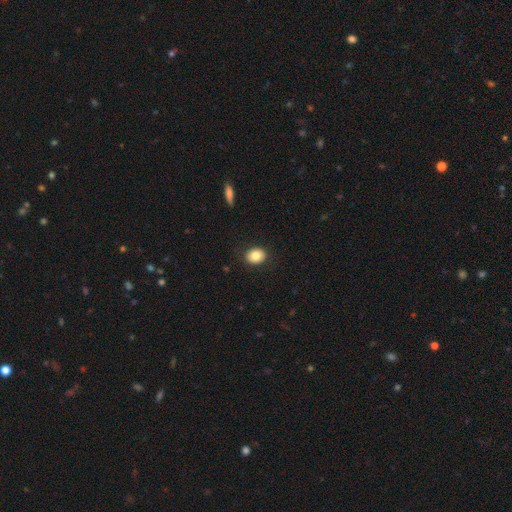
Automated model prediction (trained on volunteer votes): Smooth or featured?
  - smooth: 81% *
  - featured or disk: 10%
  - star or artifact: 8%
How rounded?
  - round: 50% *
  - in between: 49%
  - cigar-shaped: 1%
Merging?
  - none: 88% *
  - minor disturbance: 9%
  - major disturbance: 2%
  - merger: 1%